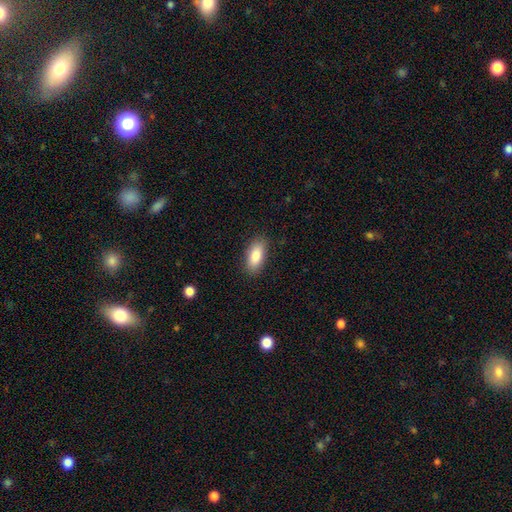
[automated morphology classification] The model was most divided on "merging": none: 86%, minor disturbance: 10%, major disturbance: 3%, merger: 1%. More confident: how rounded — in between (87%); smooth or featured — smooth (85%).